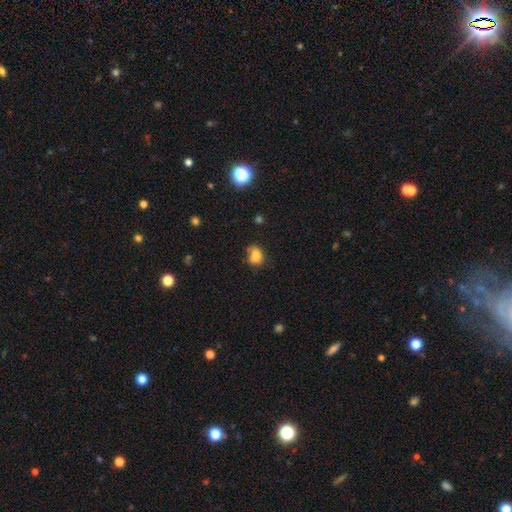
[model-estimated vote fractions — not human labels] Smooth or featured?
  - smooth: 81% *
  - star or artifact: 12%
  - featured or disk: 7%
How rounded?
  - in between: 59% *
  - round: 39%
  - cigar-shaped: 1%
Merging?
  - none: 49% *
  - minor disturbance: 28%
  - merger: 13%
  - major disturbance: 10%